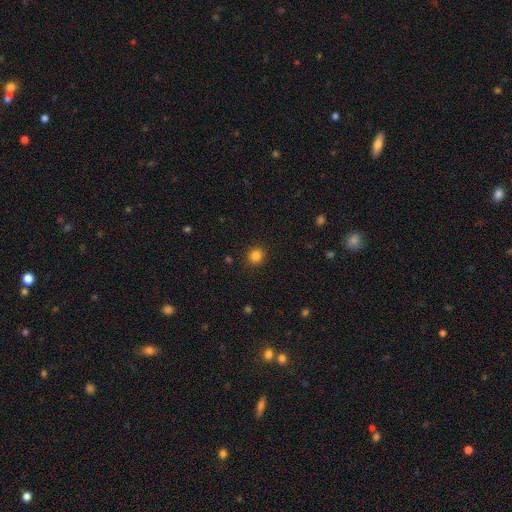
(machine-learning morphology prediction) Q: Smooth or featured?
A: smooth (84%); runner-up: star or artifact (12%)
Q: How rounded?
A: round (87%); runner-up: in between (12%)
Q: Merging?
A: none (90%); runner-up: minor disturbance (7%)